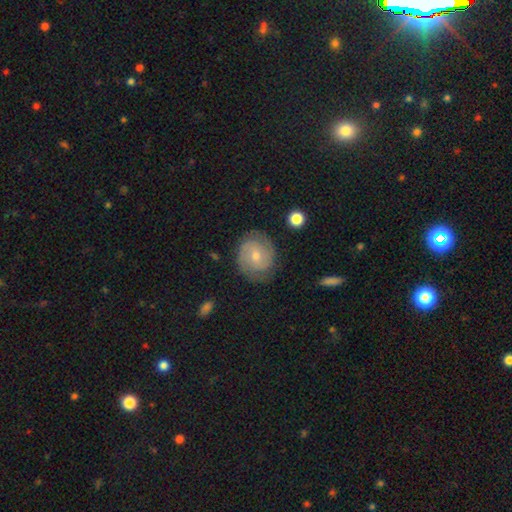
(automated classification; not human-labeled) A featured or disk galaxy (76%) with no bar (58%), 2 (69%) tight (64%) spiral arms (94%) and a small central bulge (54%). Merging: none (82%).